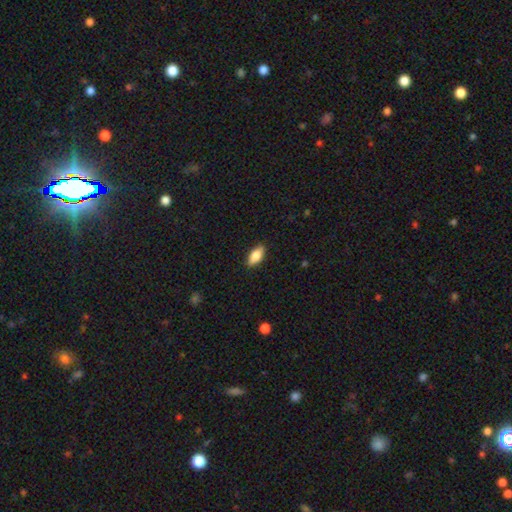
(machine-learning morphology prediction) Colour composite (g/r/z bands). It shows a smooth galaxy with no disk features (83%) that is in between round and cigar-shaped (87%). Merging: none (88%).